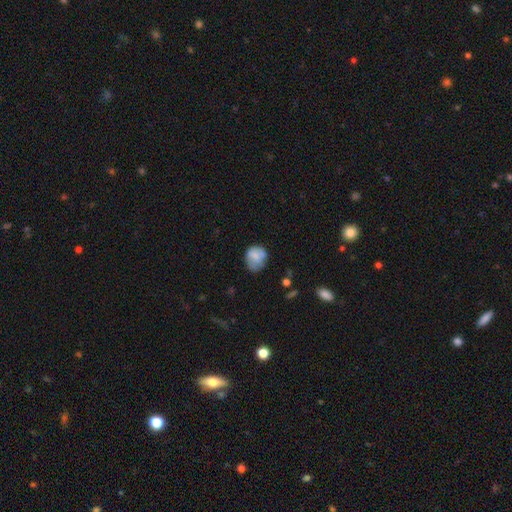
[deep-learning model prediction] Smooth or featured? smooth (73%)
How rounded? round (68%)
Merging? none (54%)